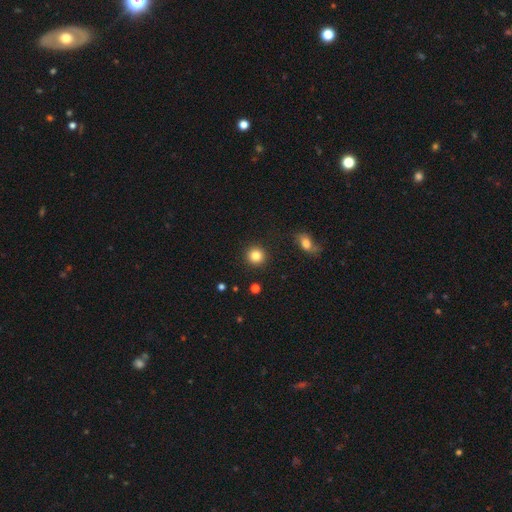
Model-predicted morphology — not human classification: Smooth or featured?
  - smooth: 85% *
  - star or artifact: 11%
  - featured or disk: 5%
How rounded?
  - round: 93% *
  - in between: 6%
  - cigar-shaped: 1%
Merging?
  - none: 91% *
  - minor disturbance: 5%
  - major disturbance: 2%
  - merger: 2%